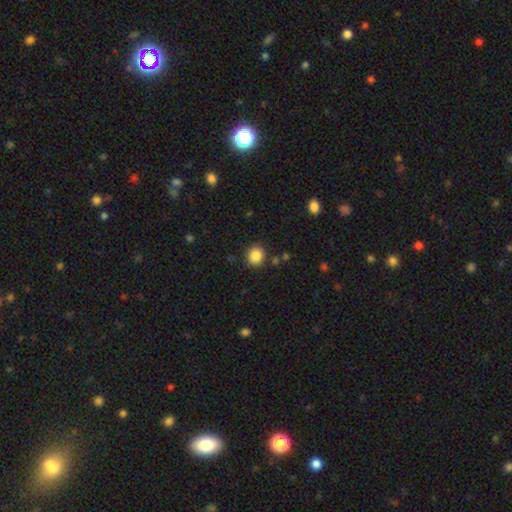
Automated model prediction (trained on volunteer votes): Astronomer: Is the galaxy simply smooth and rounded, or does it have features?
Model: smooth — 86%.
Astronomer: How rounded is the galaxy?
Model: round — 81%.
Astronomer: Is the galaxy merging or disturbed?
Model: none — 86%.